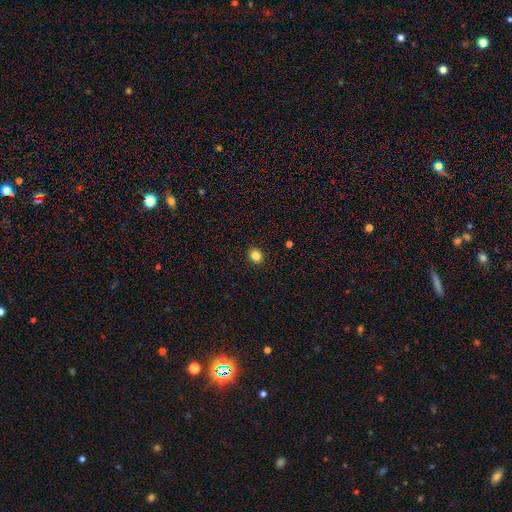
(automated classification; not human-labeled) Smooth or featured?
  - smooth: 84% *
  - star or artifact: 12%
  - featured or disk: 4%
How rounded?
  - round: 77% *
  - in between: 22%
  - cigar-shaped: 1%
Merging?
  - none: 91% *
  - minor disturbance: 6%
  - major disturbance: 2%
  - merger: 1%